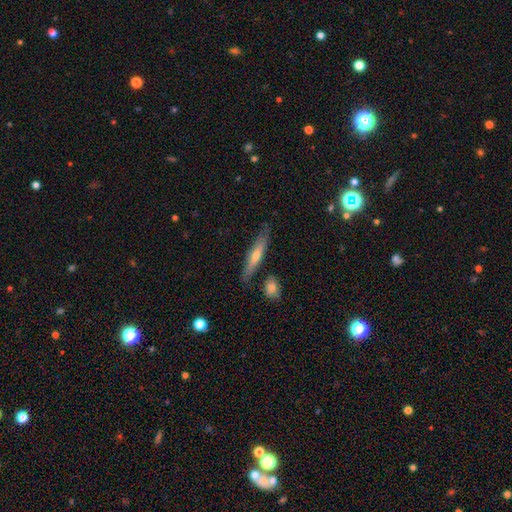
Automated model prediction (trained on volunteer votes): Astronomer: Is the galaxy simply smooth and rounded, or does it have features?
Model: featured or disk — 48% (runner-up: smooth, 45%).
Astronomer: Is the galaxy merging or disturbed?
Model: none — 80%.